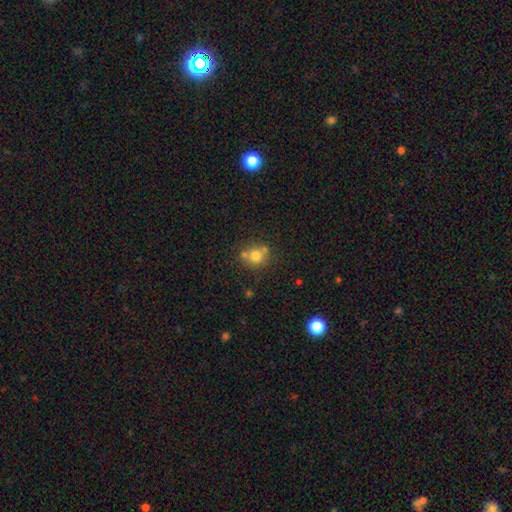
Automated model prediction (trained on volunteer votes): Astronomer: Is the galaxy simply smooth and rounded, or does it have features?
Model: smooth — 73%.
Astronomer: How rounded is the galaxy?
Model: round — 82%.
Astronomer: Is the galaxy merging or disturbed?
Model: none — 60%.